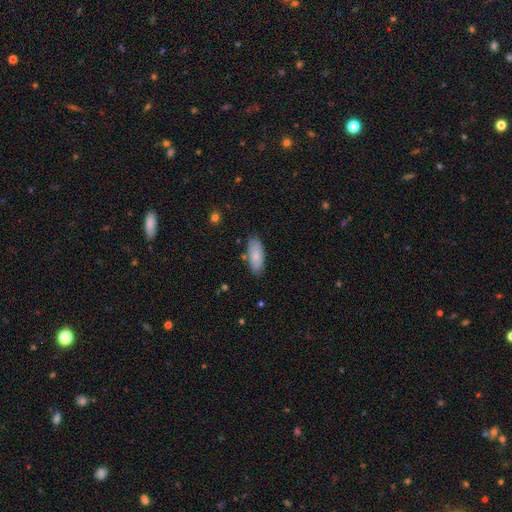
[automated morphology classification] smooth_or_featured: smooth (p=0.78) [alt: featured or disk p=0.16]
how_rounded: in between (p=0.83) [alt: cigar-shaped p=0.15]
merging: none (p=0.78) [alt: minor disturbance p=0.16]